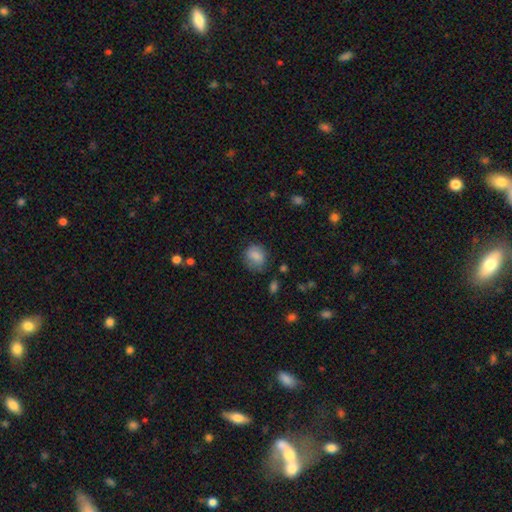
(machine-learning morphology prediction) Smooth or featured: smooth — 84% (star or artifact — 9%)
How rounded: round — 65% (in between — 34%)
Merging: none — 73% (minor disturbance — 19%)